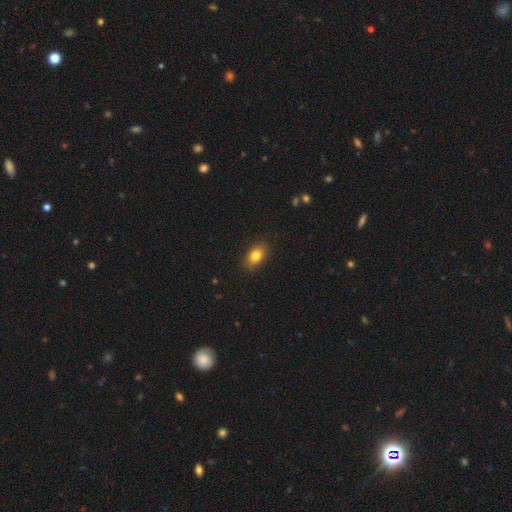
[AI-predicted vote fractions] Morphology: type=smooth (82%); roundness=in between (83%); merging=none (87%).